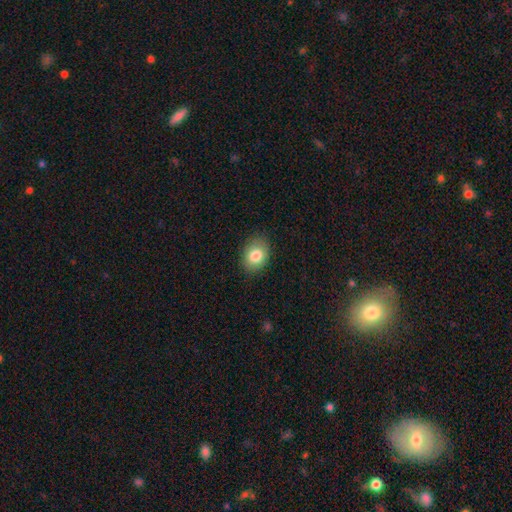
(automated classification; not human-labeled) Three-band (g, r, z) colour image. It shows a smooth galaxy with no disk features (83%) that is in between round and cigar-shaped (70%). Merging: none (86%).